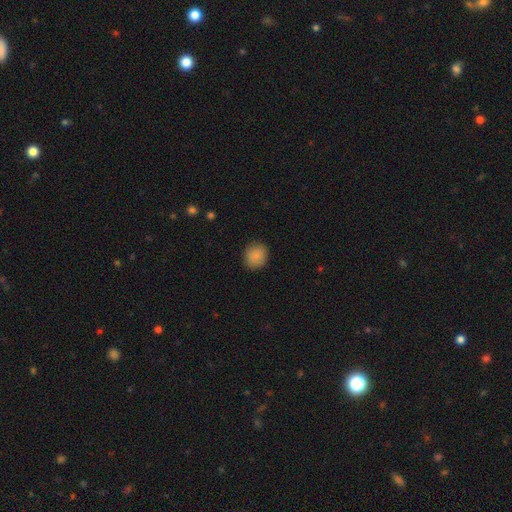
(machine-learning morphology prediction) The model was most divided on "how rounded": round: 85%, in between: 14%, cigar-shaped: 1%. More confident: merging — none (88%); smooth or featured — smooth (87%).